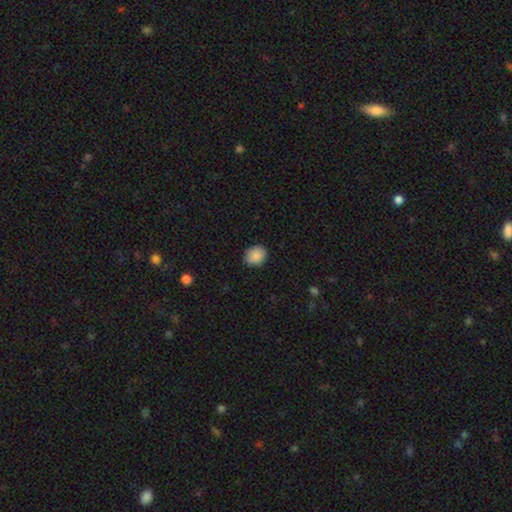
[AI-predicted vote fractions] A smooth galaxy with no disk features (88%) that is round (56%).

Vote fractions:
- Smooth or featured? smooth: 88% / star or artifact: 8% / featured or disk: 5%
- How rounded? round: 56% / in between: 43% / cigar-shaped: 1%
- Merging? none: 84% / minor disturbance: 13% / major disturbance: 2% / merger: 1%